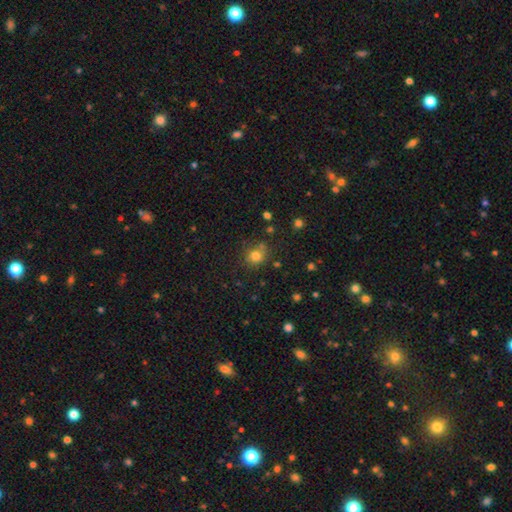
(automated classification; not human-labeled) Morphology: type=smooth (78%); roundness=round (82%); merging=none (74%).